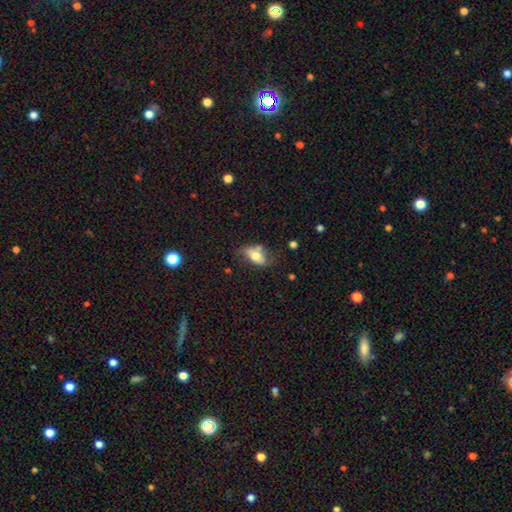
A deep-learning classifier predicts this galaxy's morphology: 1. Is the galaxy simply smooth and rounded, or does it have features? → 65% smooth, 26% featured or disk, 8% star or artifact.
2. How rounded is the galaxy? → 86% in between, 8% round, 6% cigar-shaped.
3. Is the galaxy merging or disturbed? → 53% none, 26% minor disturbance, 12% merger, 10% major disturbance.